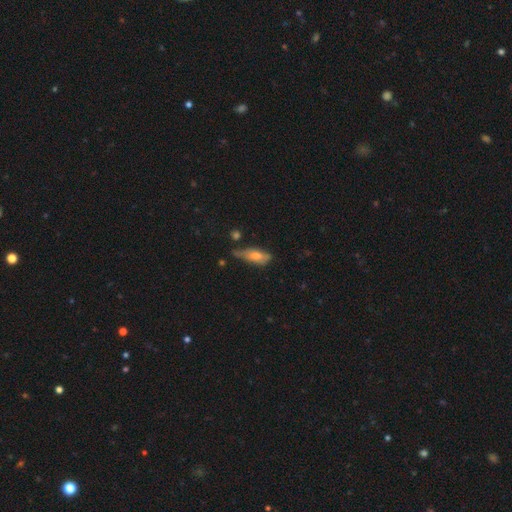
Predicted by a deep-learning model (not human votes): This is possibly a smooth galaxy (57%). How rounded: likely in between (68%). Merging: marginally none (41%).